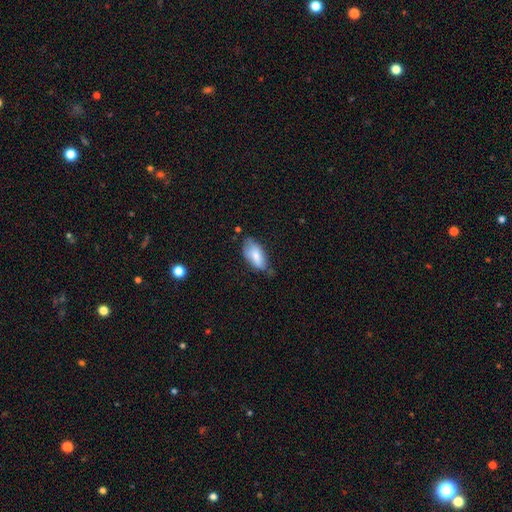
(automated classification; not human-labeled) This appears to be a smooth galaxy with no disk features (75%) that is in between round and cigar-shaped (91%). Merging: none (48%).